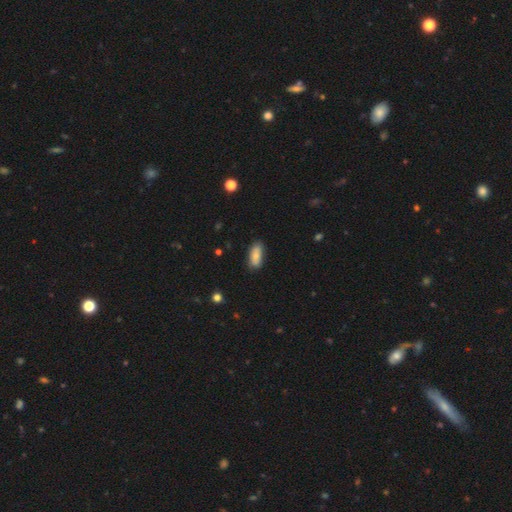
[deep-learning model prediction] Overall: smooth (78%). How rounded: in between (82%). Merging: none (77%).